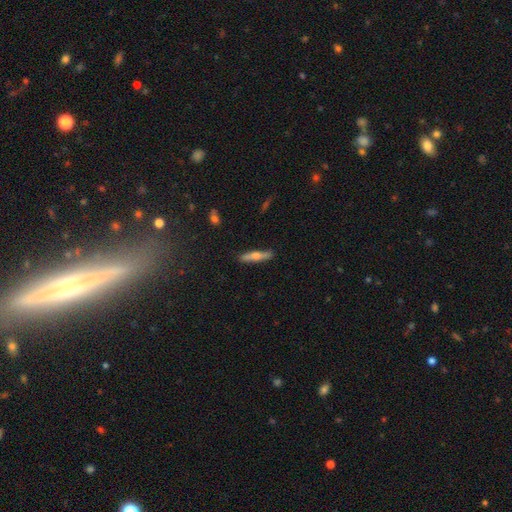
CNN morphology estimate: smooth-or-featured: featured or disk: 51% | smooth: 42% | star or artifact: 7%
  disk-edge-on: yes: 93% | no: 7%
  merging: none: 88% | minor disturbance: 9% | major disturbance: 2% | merger: 2%